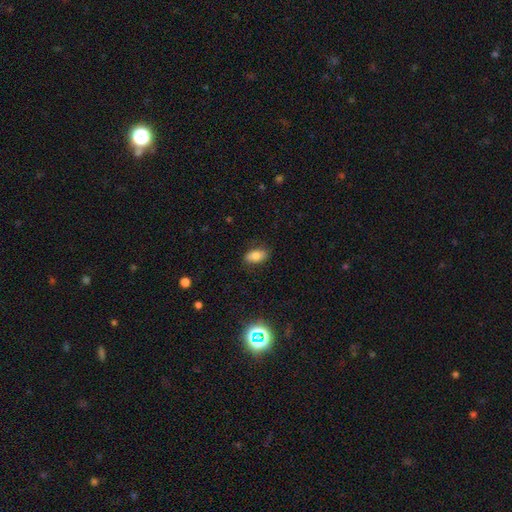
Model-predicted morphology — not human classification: Smooth or featured: smooth — 77% (featured or disk — 12%)
How rounded: in between — 91% (round — 6%)
Merging: none — 83% (minor disturbance — 13%)